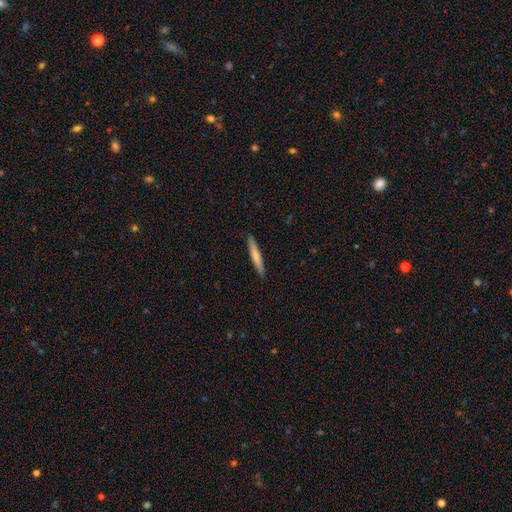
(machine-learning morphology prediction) smooth_or_featured: smooth (p=0.73) [alt: featured or disk p=0.21]
how_rounded: cigar-shaped (p=0.95) [alt: in between p=0.04]
merging: none (p=0.91) [alt: minor disturbance p=0.07]